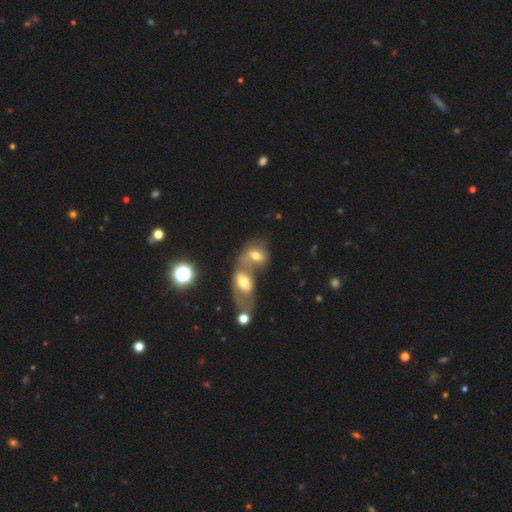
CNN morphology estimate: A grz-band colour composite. It shows a smooth galaxy with no disk features (58%) that is in between round and cigar-shaped (76%). Merging: merger (67%).